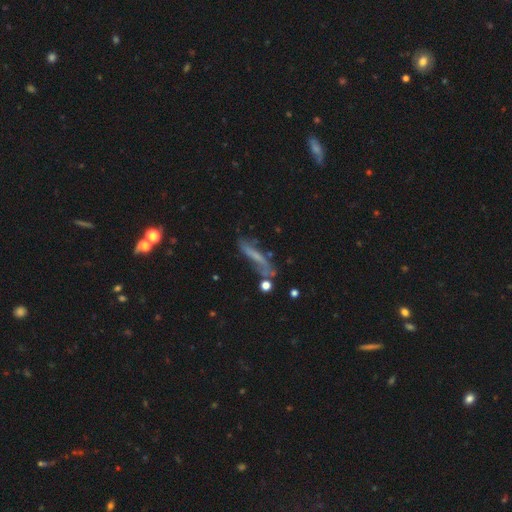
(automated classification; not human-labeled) Smooth or featured? Predicted: featured or disk (p=0.49). Merging? Predicted: none (p=0.52).